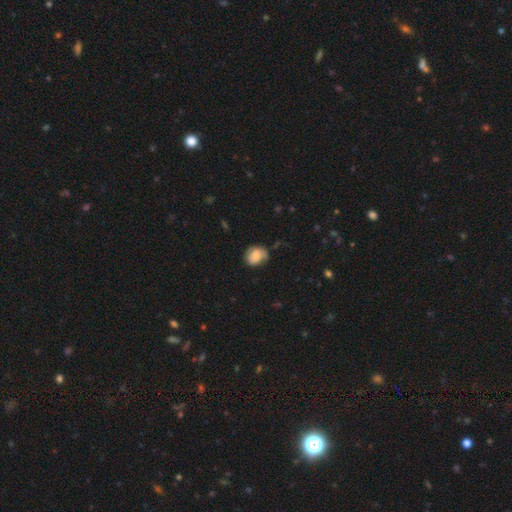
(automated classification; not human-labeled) The model was most divided on "how rounded": round: 57%, in between: 42%, cigar-shaped: 1%. More confident: smooth or featured — smooth (67%); merging — none (56%).